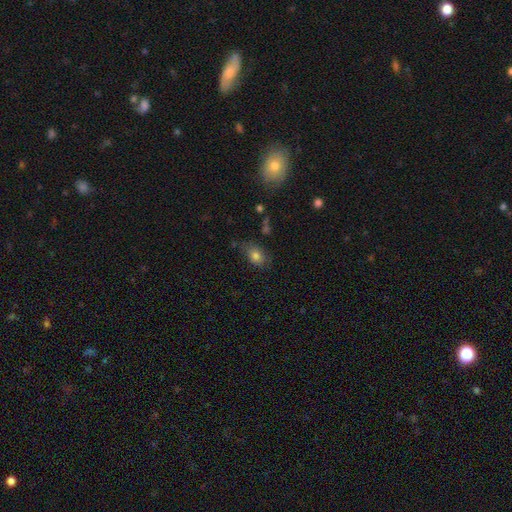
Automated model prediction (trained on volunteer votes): Smooth or featured? smooth (80%)
How rounded? in between (78%)
Merging? none (64%)